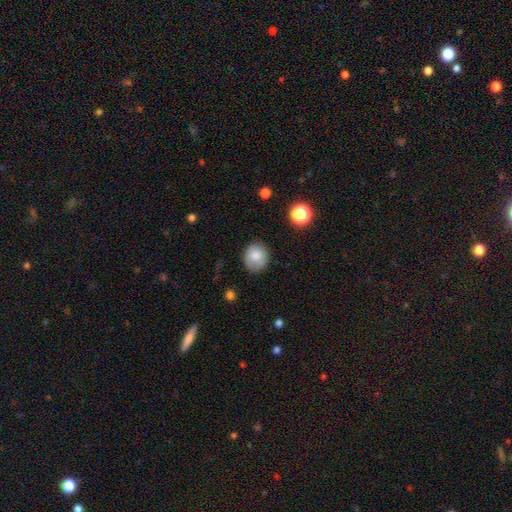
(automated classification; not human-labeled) A smooth galaxy with no disk features (81%) that is round (72%). Merging: none (79%).